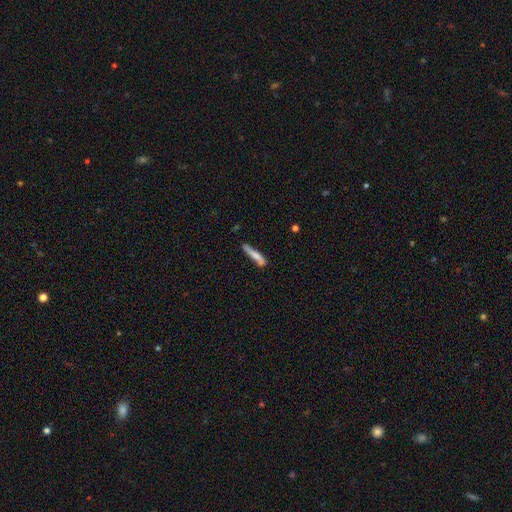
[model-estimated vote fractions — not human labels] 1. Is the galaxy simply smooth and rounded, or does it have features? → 69% smooth, 25% featured or disk, 6% star or artifact.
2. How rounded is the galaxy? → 90% cigar-shaped, 9% in between, 2% round.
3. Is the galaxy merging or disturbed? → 64% none, 24% minor disturbance, 6% major disturbance, 6% merger.